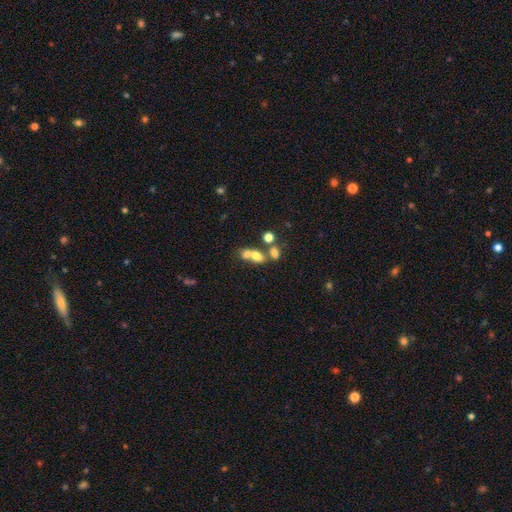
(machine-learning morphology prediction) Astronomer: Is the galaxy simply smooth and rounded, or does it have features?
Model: smooth — 65%.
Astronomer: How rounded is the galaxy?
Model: in between — 64%.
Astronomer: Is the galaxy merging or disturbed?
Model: merger — 58%.